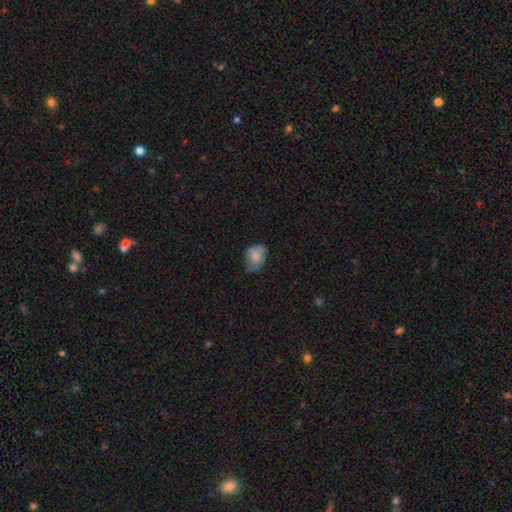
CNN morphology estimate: Overall: smooth (67%). How rounded: in between (69%; round 30%). Merging: none (49%; minor disturbance 35%).